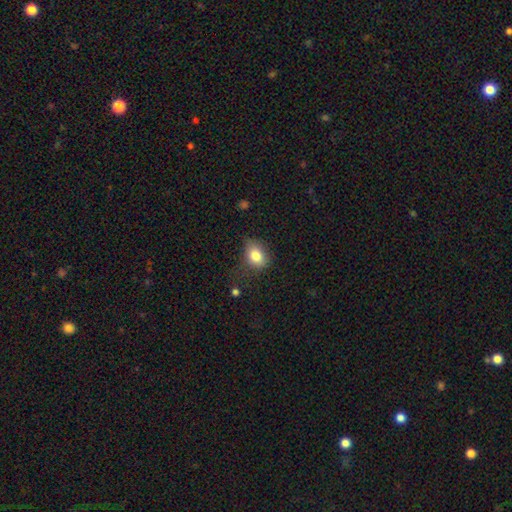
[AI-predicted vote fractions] Q: Smooth or featured?
A: smooth (81%); runner-up: star or artifact (10%)
Q: How rounded?
A: in between (63%); runner-up: round (36%)
Q: Merging?
A: none (57%); runner-up: minor disturbance (29%)